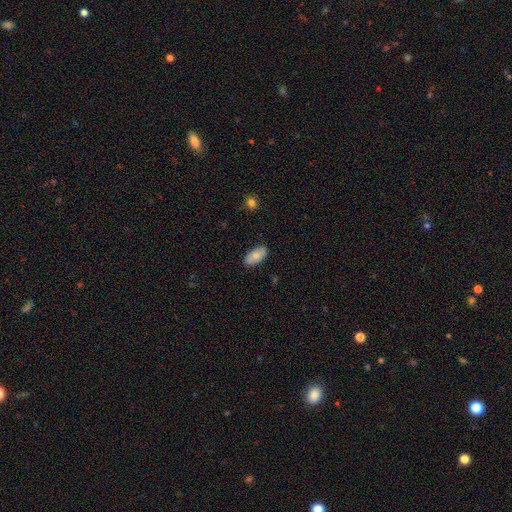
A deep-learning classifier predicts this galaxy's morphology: smooth 72%, featured or disk 21%, star or artifact 7%. Down the decision tree: how rounded — in between (94%); merging — none (86%).